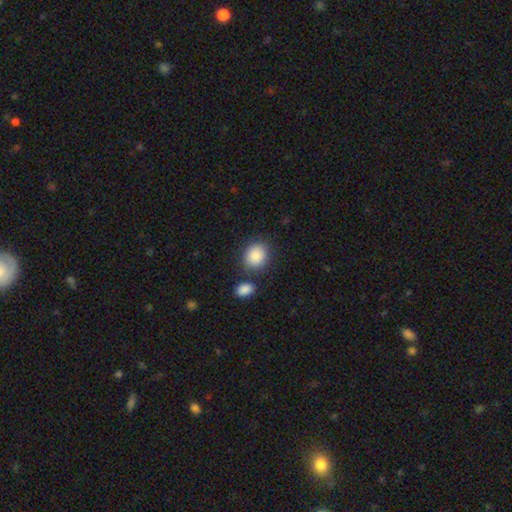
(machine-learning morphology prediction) This is clearly a smooth galaxy (88%). How rounded: likely round (66%). Merging: likely none (74%).